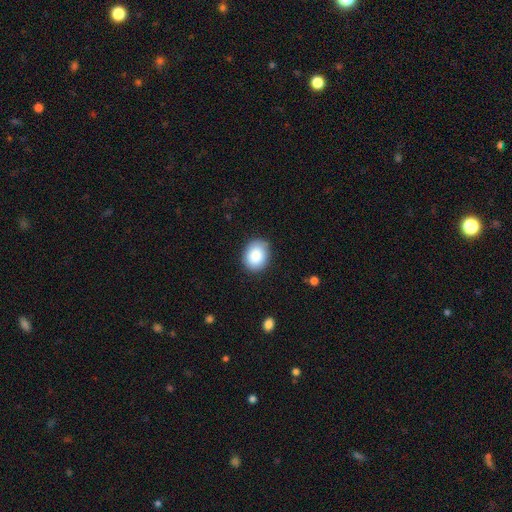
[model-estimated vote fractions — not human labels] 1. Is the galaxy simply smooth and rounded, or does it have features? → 87% smooth, 7% star or artifact, 6% featured or disk.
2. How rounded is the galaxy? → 50% round, 49% in between, 1% cigar-shaped.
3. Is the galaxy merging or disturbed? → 85% none, 11% minor disturbance, 3% major disturbance, 1% merger.